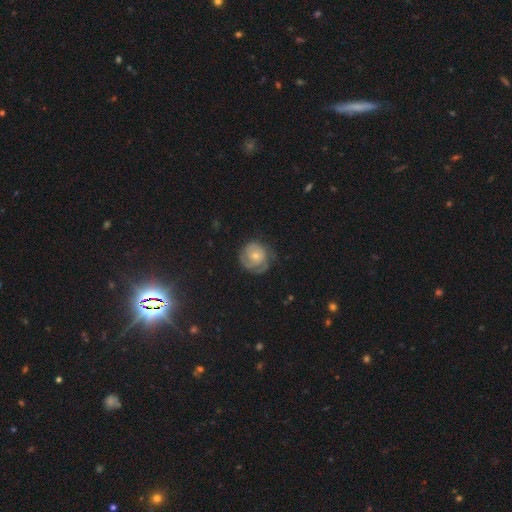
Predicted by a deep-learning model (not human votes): smooth-or-featured: featured or disk: 60% | smooth: 32% | star or artifact: 7%
  disk-edge-on: no: 97% | yes: 3%
    bar: no: 81% | weak: 16% | strong: 3%
    has-spiral-arms: yes: 84% | no: 16%
    bulge-size: small: 58% | moderate: 38% | large: 2% | none: 2% | dominant: 1%
  merging: none: 61% | minor disturbance: 25% | major disturbance: 13% | merger: 1%